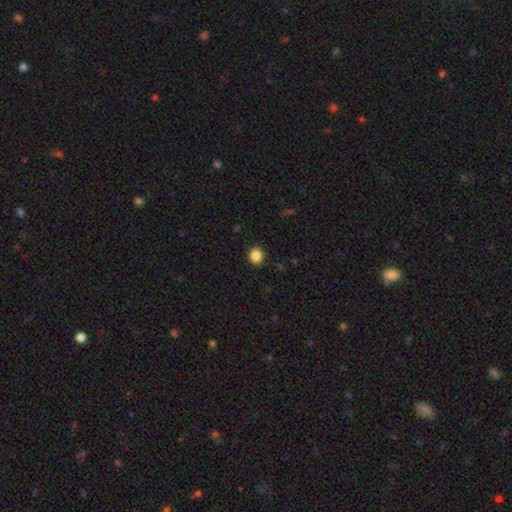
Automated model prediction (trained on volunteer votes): Morphology: type=smooth (86%); roundness=round (72%); merging=none (91%).